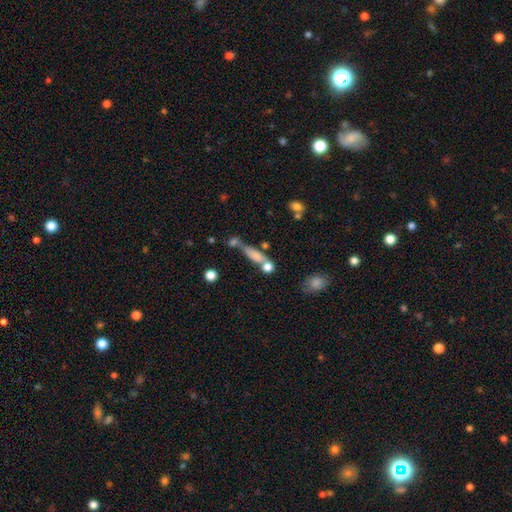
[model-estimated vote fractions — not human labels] Smooth or featured: smooth — 69% (featured or disk — 21%)
How rounded: cigar-shaped — 65% (in between — 29%)
Merging: none — 44% (merger — 31%)